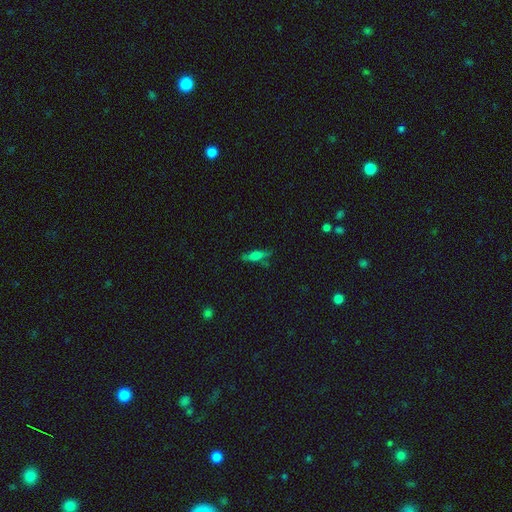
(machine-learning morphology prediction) This appears to be a smooth galaxy with no disk features (53%) that is cigar-shaped (63%). Merging: none (73%).